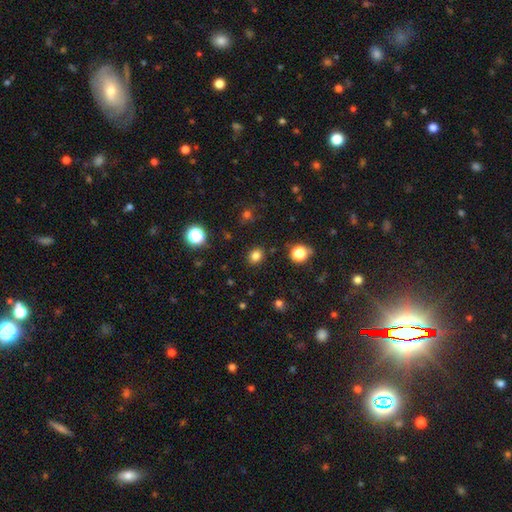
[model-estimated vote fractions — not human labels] Smooth or featured: smooth — 80% (star or artifact — 15%)
How rounded: round — 62% (in between — 37%)
Merging: none — 87% (minor disturbance — 9%)